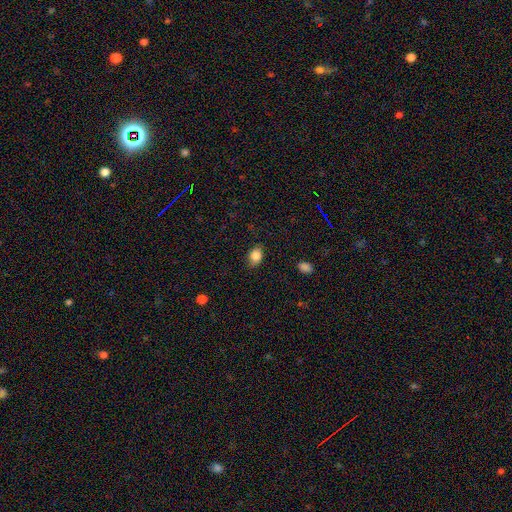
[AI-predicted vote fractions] Overall: smooth (85%). How rounded: in between (73%). Merging: none (80%).